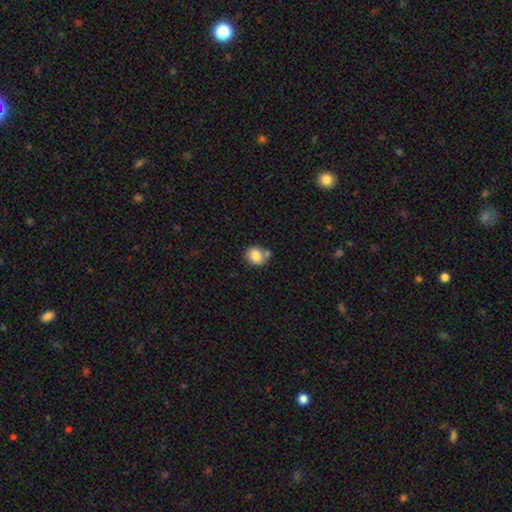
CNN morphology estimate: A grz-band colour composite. It shows a smooth galaxy with no disk features (82%) that is round (71%). Merging: none (59%).